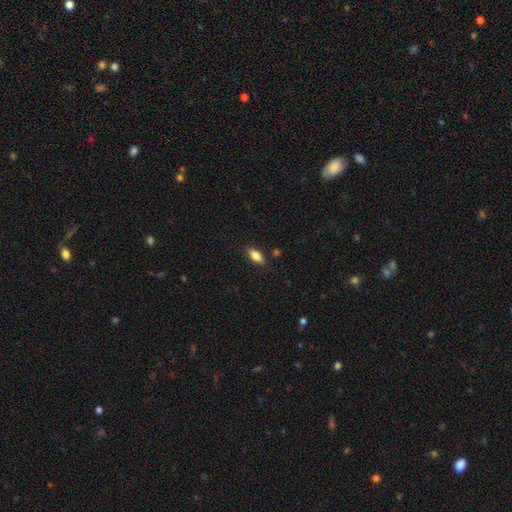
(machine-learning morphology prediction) Smooth or featured? smooth (81%)
How rounded? in between (81%)
Merging? none (85%)